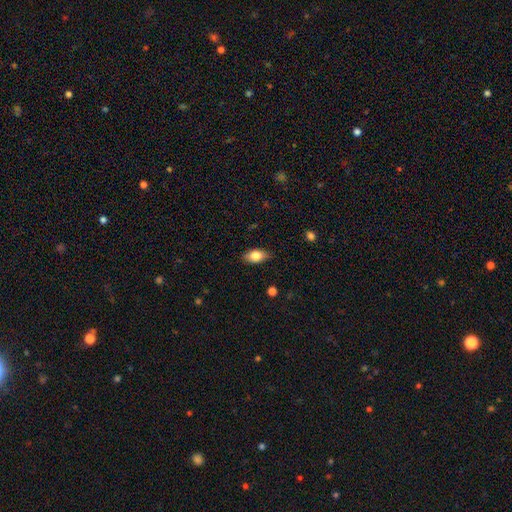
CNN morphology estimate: The model was most divided on "smooth or featured": smooth: 82%, featured or disk: 11%, star or artifact: 7%. More confident: how rounded — in between (89%); merging — none (84%).